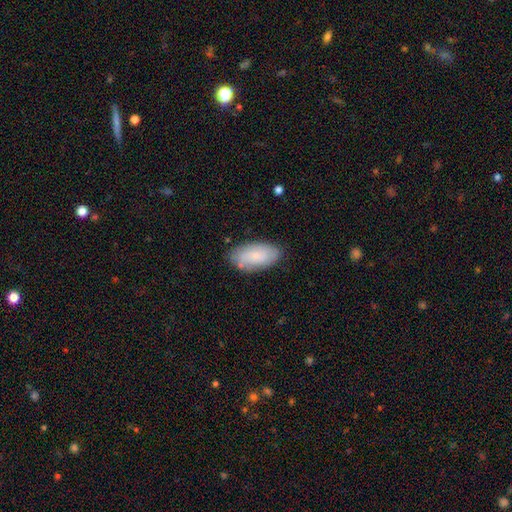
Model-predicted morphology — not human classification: This appears to be a smooth galaxy with no disk features (72%) that is in between round and cigar-shaped (94%). Merging: none (77%).